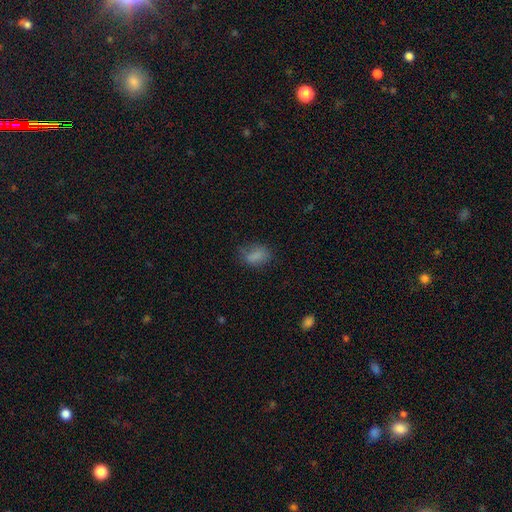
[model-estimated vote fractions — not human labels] Smooth or featured?
  - smooth: 79% *
  - star or artifact: 11%
  - featured or disk: 9%
How rounded?
  - in between: 79% *
  - round: 19%
  - cigar-shaped: 3%
Merging?
  - none: 60% *
  - minor disturbance: 26%
  - major disturbance: 12%
  - merger: 2%